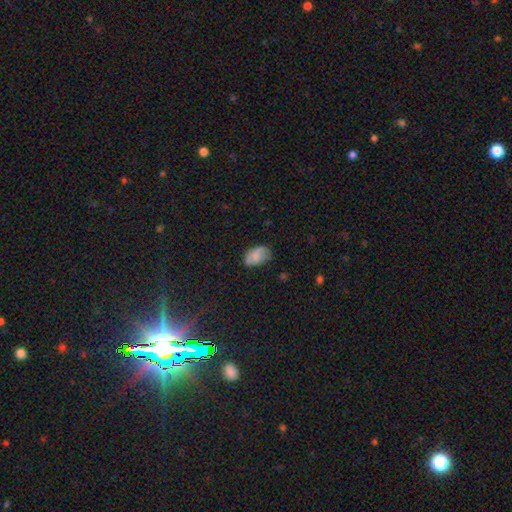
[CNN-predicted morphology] Smooth or featured?
  - smooth: 73% *
  - featured or disk: 18%
  - star or artifact: 9%
How rounded?
  - in between: 91% *
  - round: 8%
  - cigar-shaped: 1%
Merging?
  - none: 65% *
  - minor disturbance: 27%
  - major disturbance: 6%
  - merger: 2%